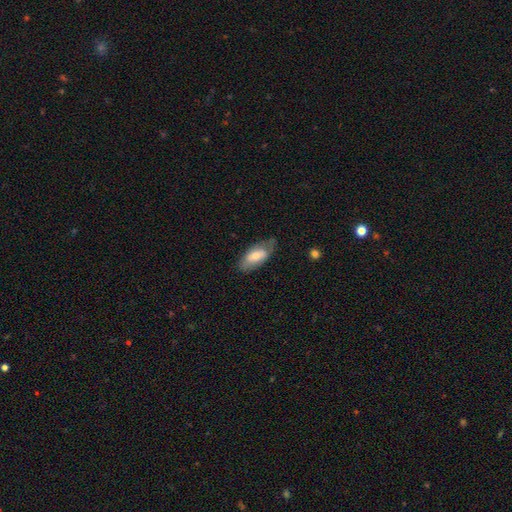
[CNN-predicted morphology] The model was most divided on "smooth or featured": smooth: 59%, featured or disk: 34%, star or artifact: 7%. More confident: how rounded — in between (89%); merging — none (66%).